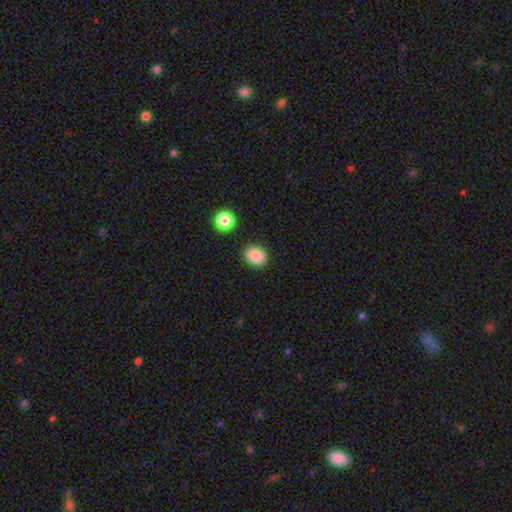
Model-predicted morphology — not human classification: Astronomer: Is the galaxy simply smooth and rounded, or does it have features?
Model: smooth — 87%.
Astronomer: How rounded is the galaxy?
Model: round — 57% (runner-up: in between, 42%).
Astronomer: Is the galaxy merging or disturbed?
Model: none — 88%.